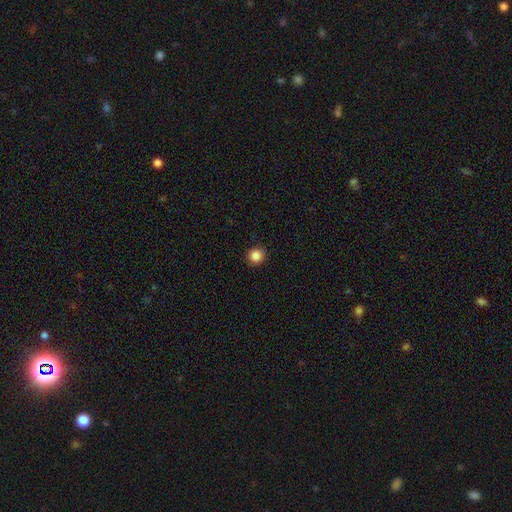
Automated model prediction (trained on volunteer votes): Q: Smooth or featured?
A: smooth (86%); runner-up: star or artifact (11%)
Q: How rounded?
A: round (94%); runner-up: in between (5%)
Q: Merging?
A: none (92%); runner-up: minor disturbance (5%)